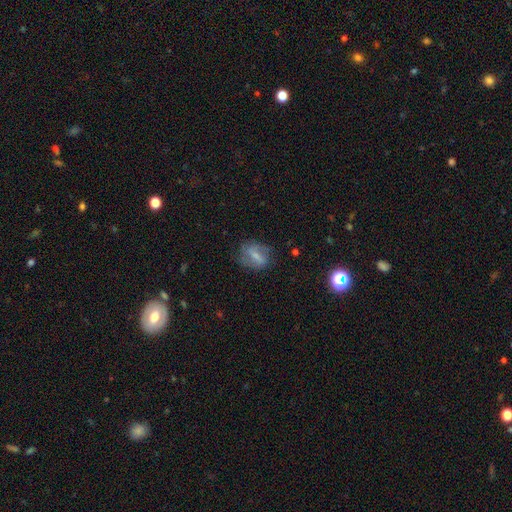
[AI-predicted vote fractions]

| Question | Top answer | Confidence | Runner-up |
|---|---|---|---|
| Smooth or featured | featured or disk | 47% | smooth (43%) |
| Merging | none | 65% | minor disturbance (22%) |